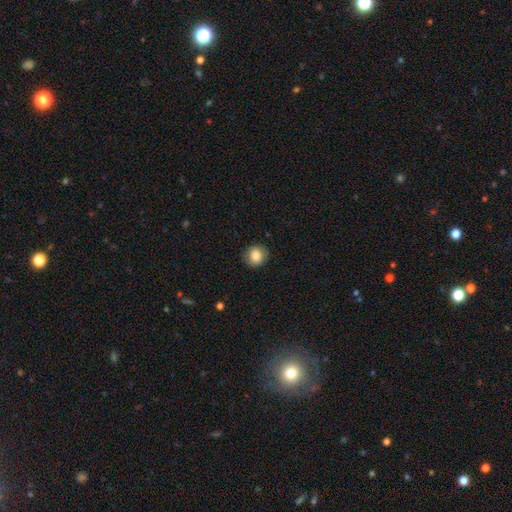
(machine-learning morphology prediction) This is clearly a smooth galaxy (81%). How rounded: likely round (79%). Merging: clearly none (86%).